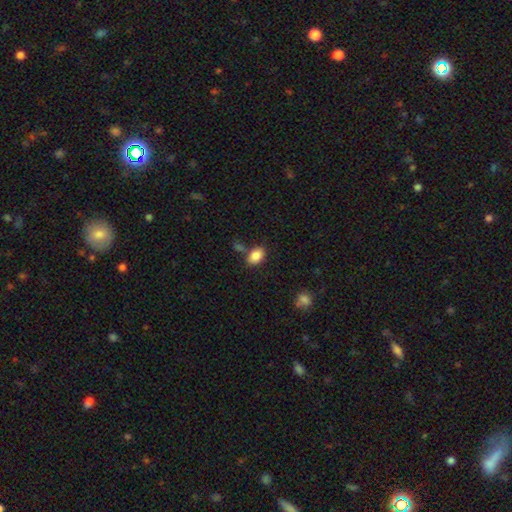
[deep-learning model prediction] smooth 86%, star or artifact 8%, featured or disk 6%. Down the decision tree: how rounded — in between (84%); merging — none (72%).